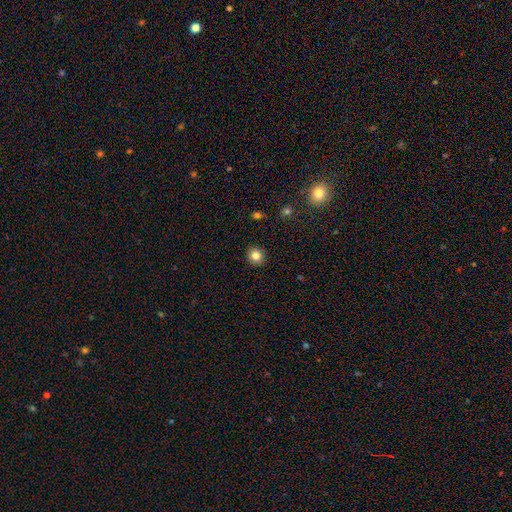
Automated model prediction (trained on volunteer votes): This is clearly a smooth galaxy (83%). How rounded: clearly round (89%). Merging: clearly none (92%).